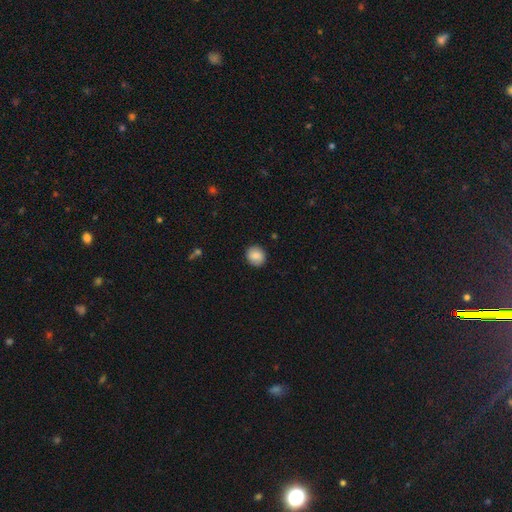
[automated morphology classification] A smooth galaxy with no disk features (87%) that is round (80%).

Vote fractions:
- Smooth or featured? smooth: 87% / star or artifact: 8% / featured or disk: 6%
- How rounded? round: 80% / in between: 19% / cigar-shaped: 1%
- Merging? none: 89% / minor disturbance: 8% / major disturbance: 2% / merger: 1%